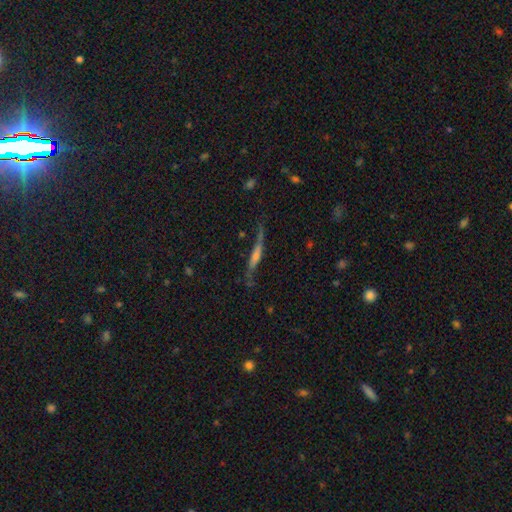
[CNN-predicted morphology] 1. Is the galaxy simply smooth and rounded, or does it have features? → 66% featured or disk, 25% smooth, 9% star or artifact.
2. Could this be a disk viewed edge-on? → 81% yes, 19% no.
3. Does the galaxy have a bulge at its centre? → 50% rounded, 34% none, 16% boxy.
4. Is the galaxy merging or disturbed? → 64% none, 23% minor disturbance, 10% major disturbance, 3% merger.